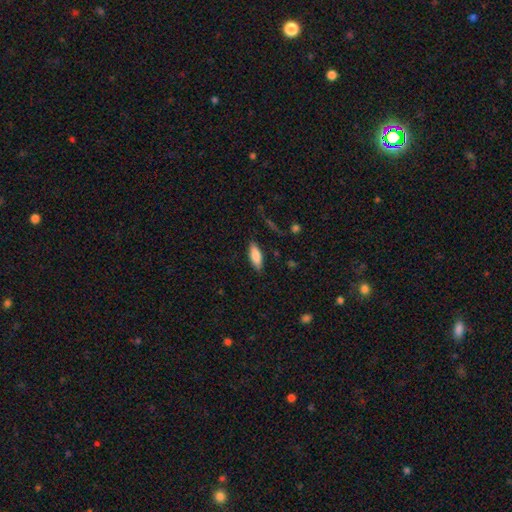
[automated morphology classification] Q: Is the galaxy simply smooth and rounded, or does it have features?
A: smooth — 82%.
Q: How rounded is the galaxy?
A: in between — 65%.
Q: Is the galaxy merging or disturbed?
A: none — 86%.